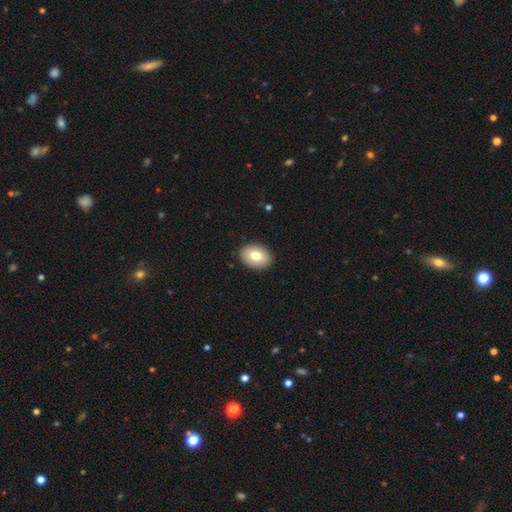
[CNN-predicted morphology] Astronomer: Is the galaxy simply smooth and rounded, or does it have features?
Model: smooth — 79%.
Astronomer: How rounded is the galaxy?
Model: in between — 79%.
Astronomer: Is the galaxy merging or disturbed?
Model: none — 90%.